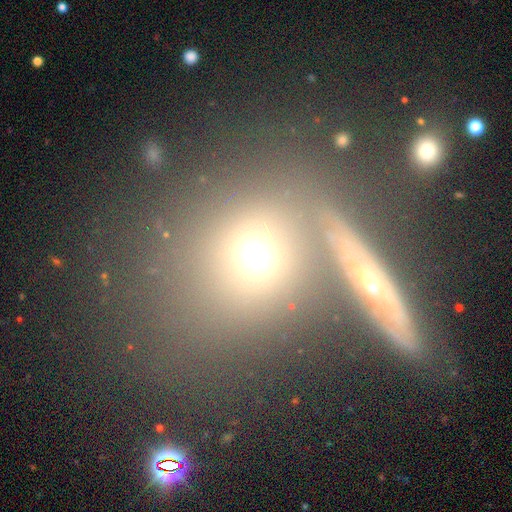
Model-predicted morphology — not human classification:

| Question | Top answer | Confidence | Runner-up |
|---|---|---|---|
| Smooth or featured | smooth | 62% | featured or disk (22%) |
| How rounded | round | 72% | in between (25%) |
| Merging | none | 55% | merger (26%) |